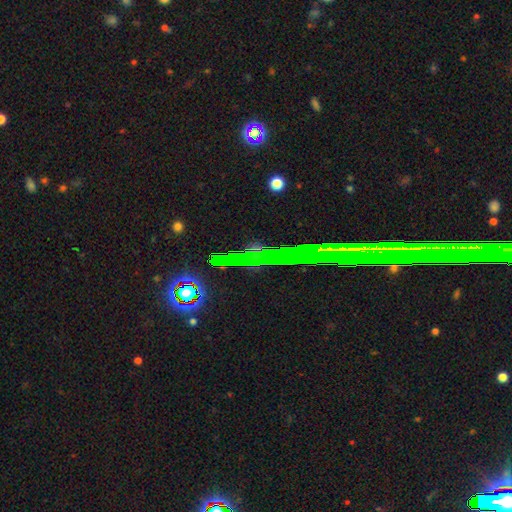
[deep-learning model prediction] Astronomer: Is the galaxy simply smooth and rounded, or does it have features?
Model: star or artifact — 43% (runner-up: smooth, 30%).